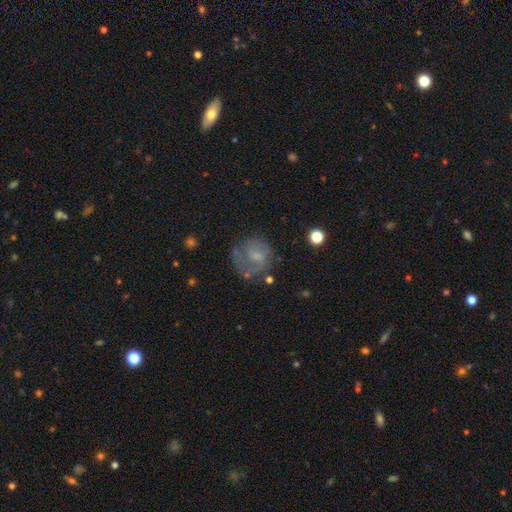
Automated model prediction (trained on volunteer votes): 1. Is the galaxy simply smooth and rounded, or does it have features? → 50% featured or disk, 39% smooth, 11% star or artifact.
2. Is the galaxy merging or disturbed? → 56% none, 22% minor disturbance, 18% major disturbance, 4% merger.